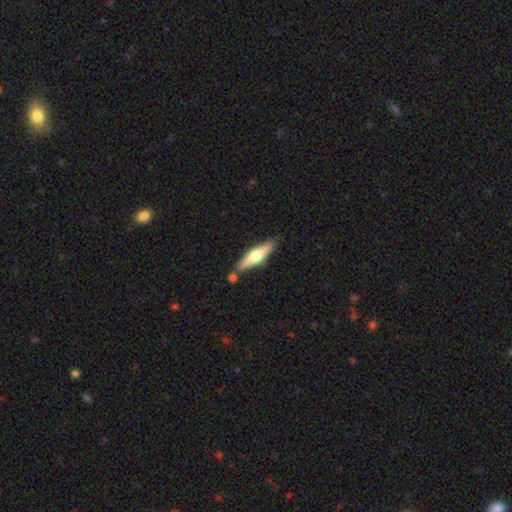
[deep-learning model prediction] Q: Smooth or featured?
A: featured or disk (58%); runner-up: smooth (36%)
Q: Edge-on disk?
A: yes (95%); runner-up: no (5%)
Q: Edge-on bulge?
A: rounded (89%); runner-up: boxy (8%)
Q: Merging?
A: none (79%); runner-up: minor disturbance (11%)